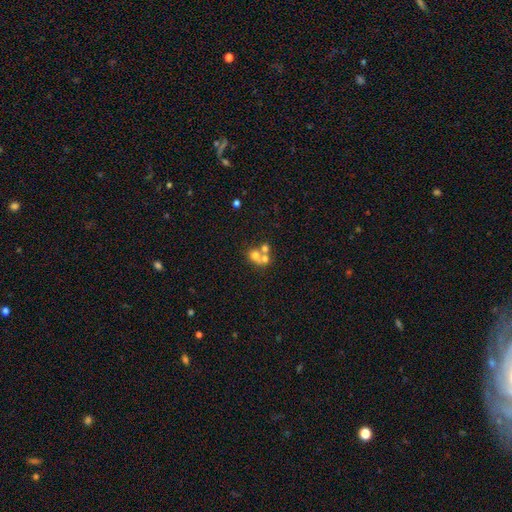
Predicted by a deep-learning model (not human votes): The model was most divided on "merging": merger: 60%, none: 29%, minor disturbance: 6%, major disturbance: 4%. More confident: how rounded — round (73%); smooth or featured — smooth (59%).